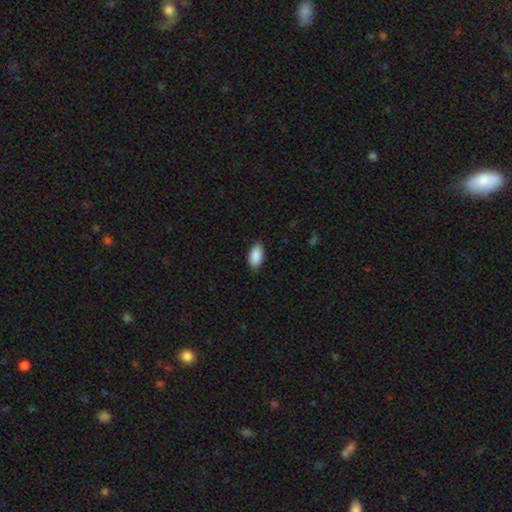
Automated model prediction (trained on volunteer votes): Smooth or featured? smooth (90%)
How rounded? in between (94%)
Merging? none (87%)